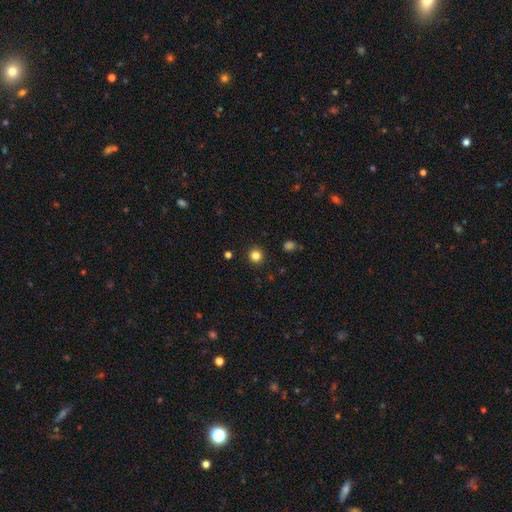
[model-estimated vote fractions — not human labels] Smooth or featured?
  - smooth: 83% *
  - star or artifact: 13%
  - featured or disk: 4%
How rounded?
  - round: 93% *
  - in between: 6%
  - cigar-shaped: 1%
Merging?
  - none: 92% *
  - minor disturbance: 5%
  - major disturbance: 2%
  - merger: 1%